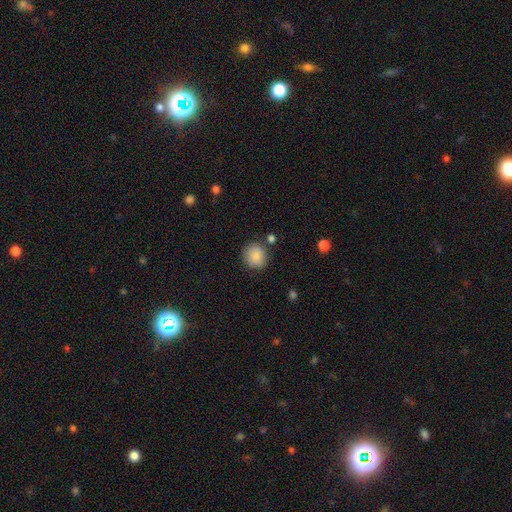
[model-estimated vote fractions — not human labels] This appears to be a smooth galaxy with no disk features (86%) that is round (86%). Merging: none (82%).